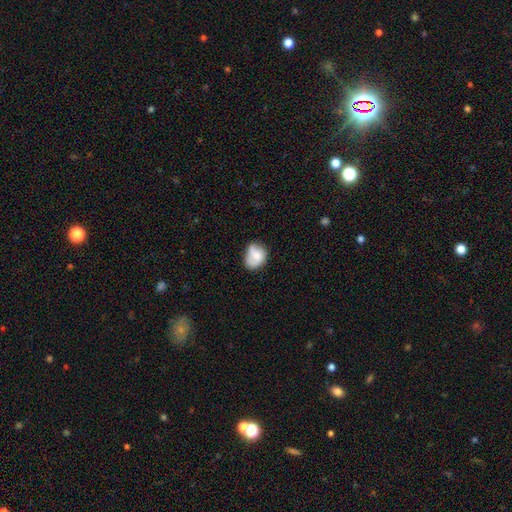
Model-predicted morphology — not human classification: A smooth galaxy with no disk features (61%) that is in between round and cigar-shaped (54%). Merging: none (43%).